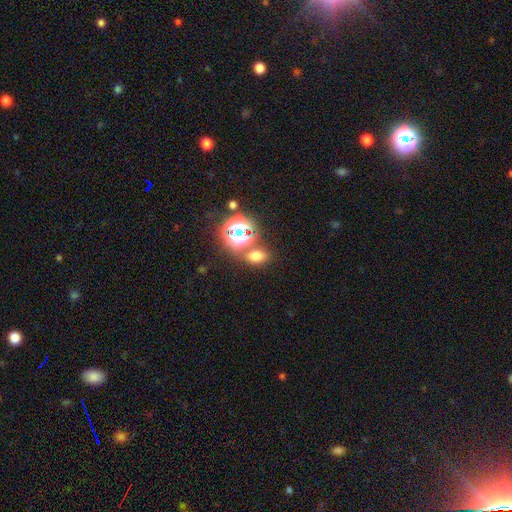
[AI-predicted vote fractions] smooth 65%, star or artifact 27%, featured or disk 8%. Down the decision tree: how rounded — in between (64%); merging — none (69%).